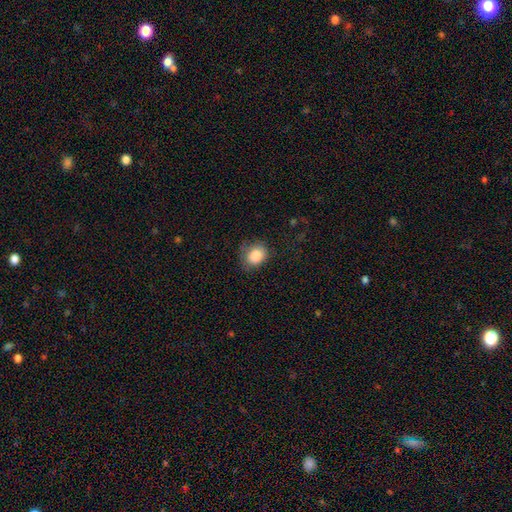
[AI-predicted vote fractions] Smooth or featured? smooth (84%)
How rounded? round (65%)
Merging? none (72%)